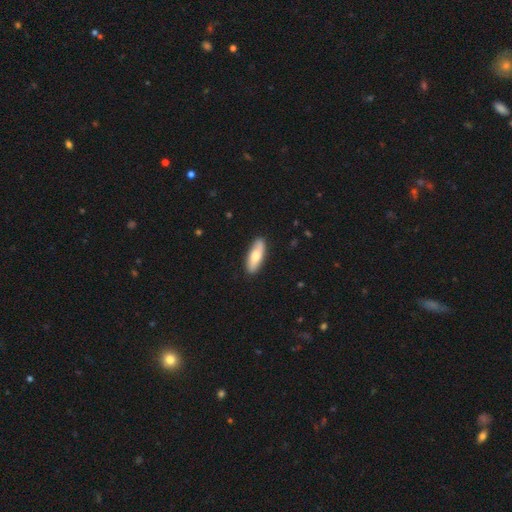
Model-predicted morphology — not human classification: type=smooth (67%); roundness=in between (60%); merging=none (88%).